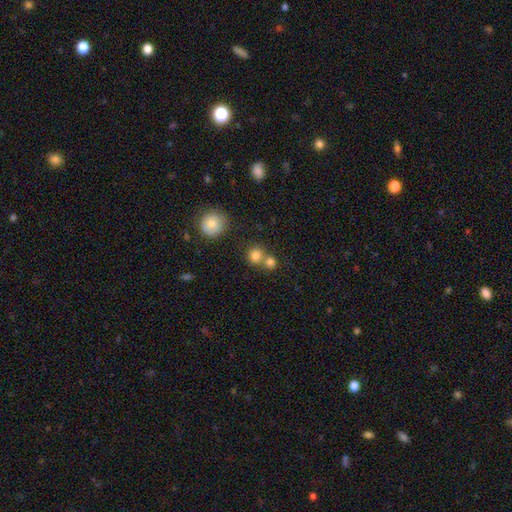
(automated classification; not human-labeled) smooth 80%, star or artifact 12%, featured or disk 8%. Down the decision tree: how rounded — round (87%); merging — none (53%).